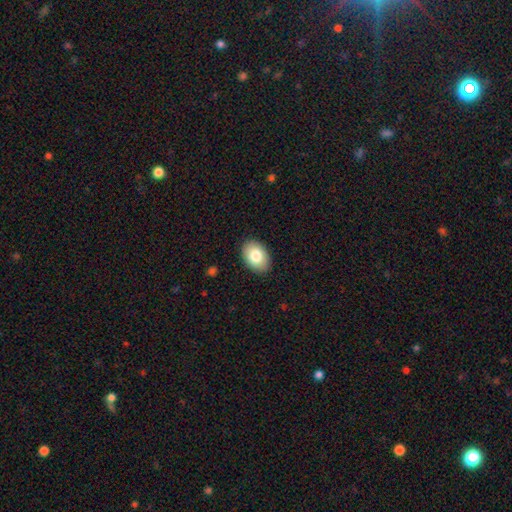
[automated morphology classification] Smooth or featured?
  - smooth: 83% *
  - featured or disk: 11%
  - star or artifact: 7%
How rounded?
  - in between: 85% *
  - round: 14%
  - cigar-shaped: 1%
Merging?
  - none: 89% *
  - minor disturbance: 8%
  - major disturbance: 2%
  - merger: 1%